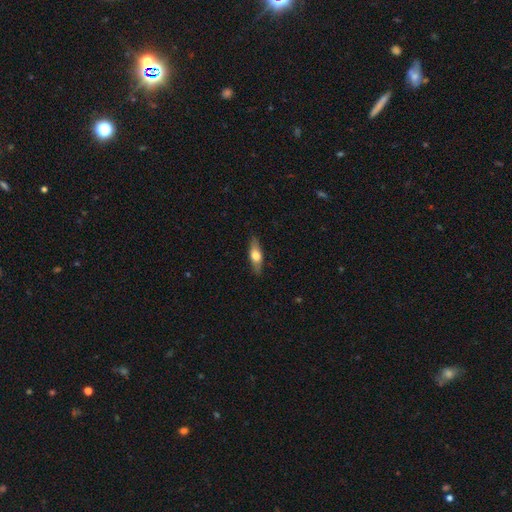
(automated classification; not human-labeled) Q: Smooth or featured?
A: smooth (54%); runner-up: featured or disk (40%)
Q: How rounded?
A: in between (54%); runner-up: cigar-shaped (42%)
Q: Merging?
A: none (85%); runner-up: minor disturbance (11%)